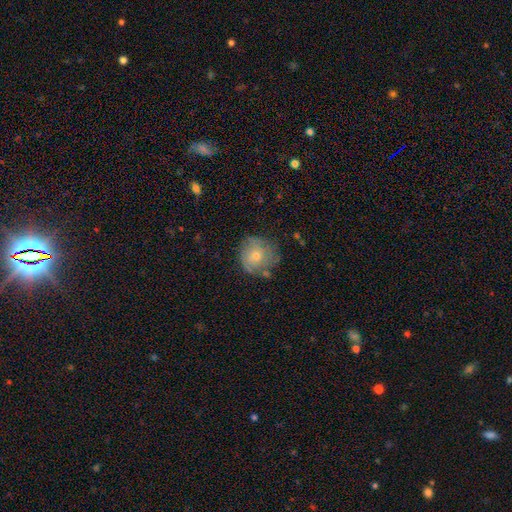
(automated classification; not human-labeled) smooth 49%, featured or disk 42%, star or artifact 9%. Down the decision tree: merging — none (67%).